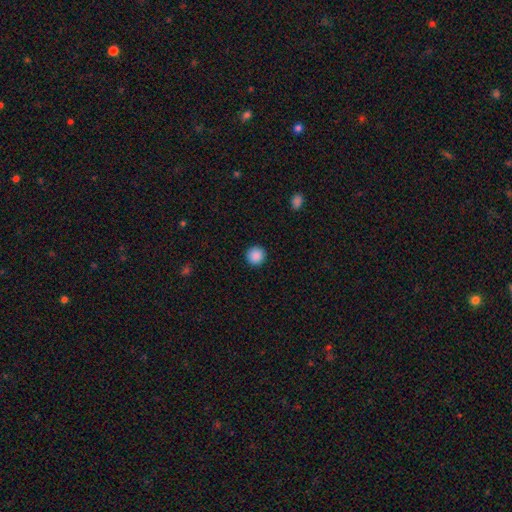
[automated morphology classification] Smooth or featured: smooth — 89% (star or artifact — 9%)
How rounded: round — 95% (in between — 4%)
Merging: none — 92% (minor disturbance — 5%)